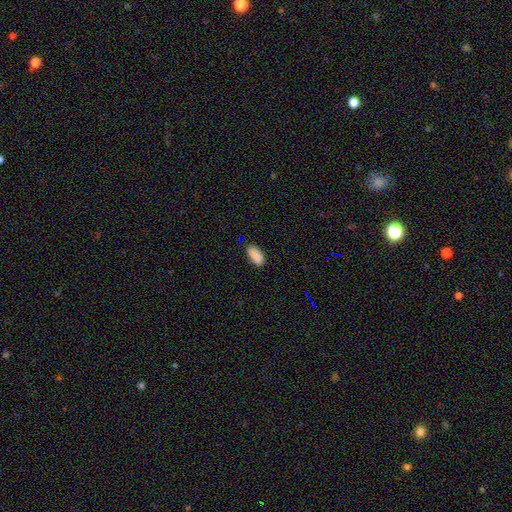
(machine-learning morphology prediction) smooth 88%, star or artifact 8%, featured or disk 4%. Down the decision tree: how rounded — in between (91%); merging — none (80%).